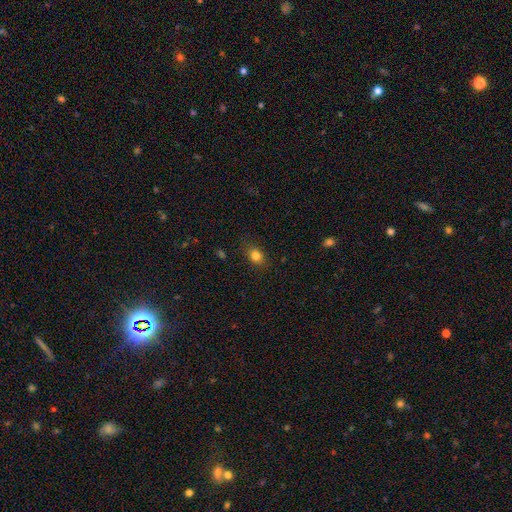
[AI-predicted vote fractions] A smooth galaxy with no disk features (82%) that is in between round and cigar-shaped (56%). Merging: none (81%).